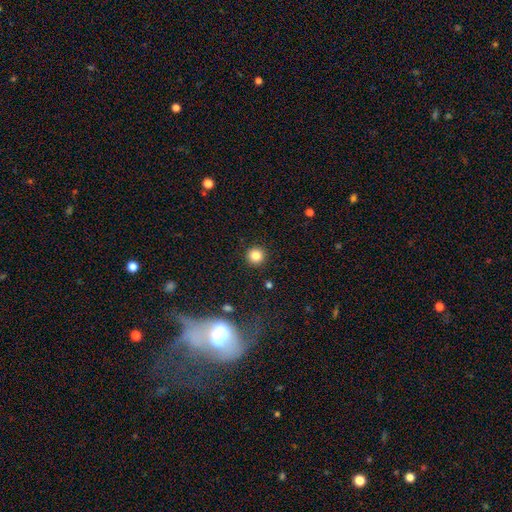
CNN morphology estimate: This appears to be a smooth galaxy with no disk features (83%) that is round (95%). Merging: none (92%).